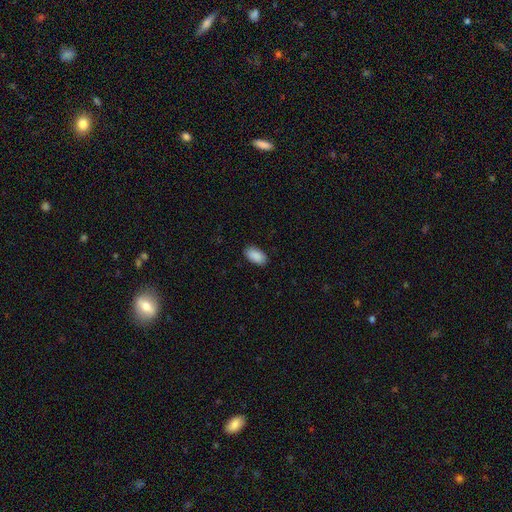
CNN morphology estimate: type=smooth (91%); roundness=in between (95%); merging=none (88%).